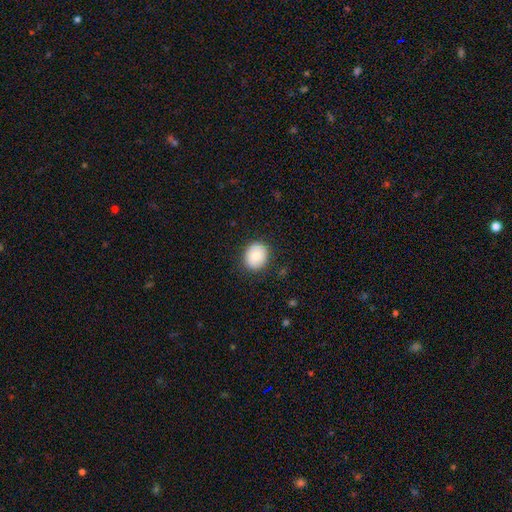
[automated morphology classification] smooth 84%, featured or disk 8%, star or artifact 8%. Down the decision tree: how rounded — round (69%); merging — none (86%).